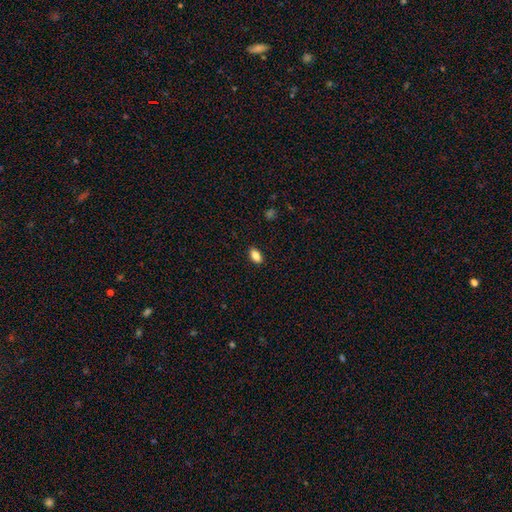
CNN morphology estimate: smooth 84%, star or artifact 9%, featured or disk 7%. Down the decision tree: how rounded — in between (89%); merging — none (89%).